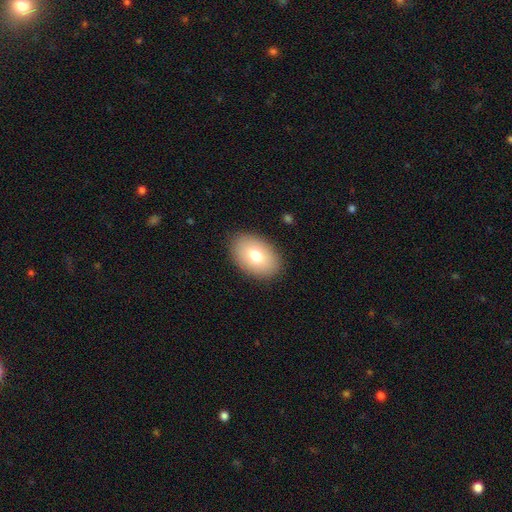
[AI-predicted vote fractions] A smooth galaxy with no disk features (75%) that is in between round and cigar-shaped (87%). Merging: none (88%).